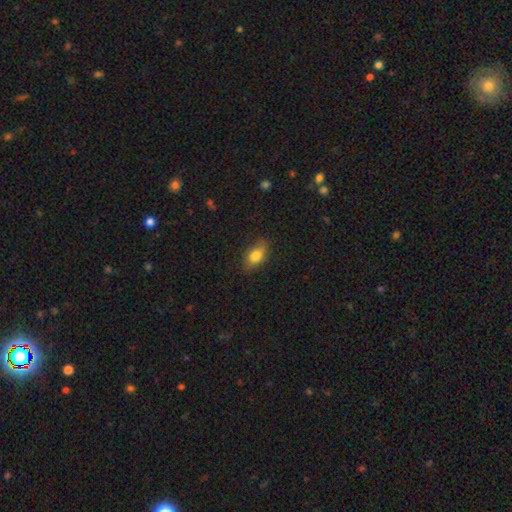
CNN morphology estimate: The model was most divided on "merging": none: 78%, minor disturbance: 17%, major disturbance: 4%, merger: 1%. More confident: how rounded — in between (84%); smooth or featured — smooth (78%).